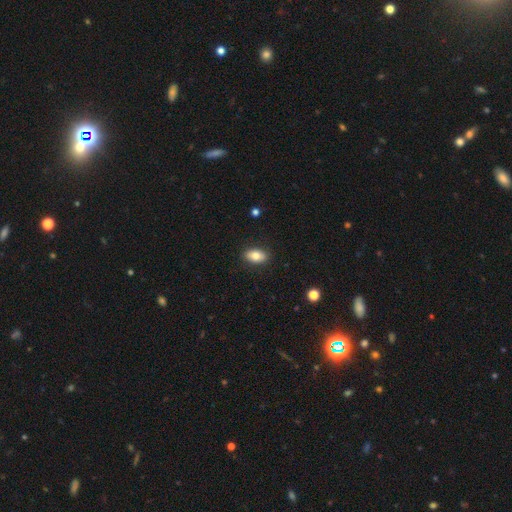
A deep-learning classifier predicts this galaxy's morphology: smooth_or_featured: smooth (p=0.79) [alt: featured or disk p=0.13]
how_rounded: in between (p=0.89) [alt: round p=0.08]
merging: none (p=0.88) [alt: minor disturbance p=0.09]